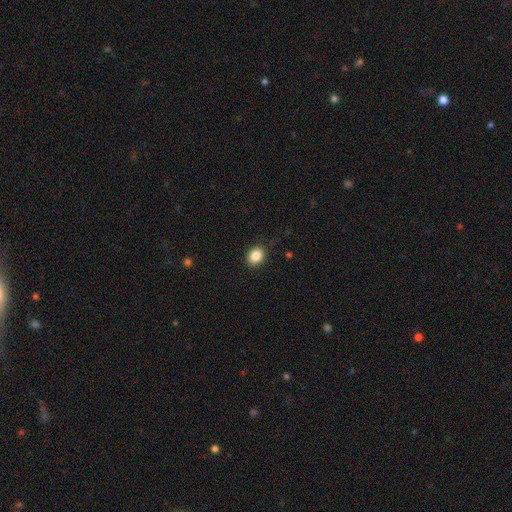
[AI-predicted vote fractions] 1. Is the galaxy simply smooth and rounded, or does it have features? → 86% smooth, 9% star or artifact, 5% featured or disk.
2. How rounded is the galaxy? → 57% round, 42% in between, 1% cigar-shaped.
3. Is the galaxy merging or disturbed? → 87% none, 10% minor disturbance, 2% major disturbance, 1% merger.